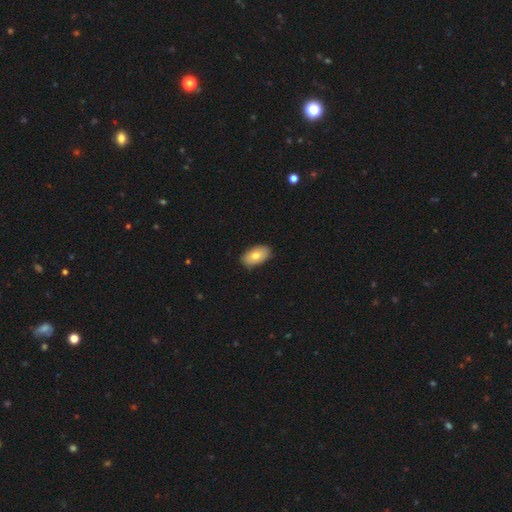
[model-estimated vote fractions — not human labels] Smooth or featured? smooth (77%)
How rounded? in between (94%)
Merging? none (87%)